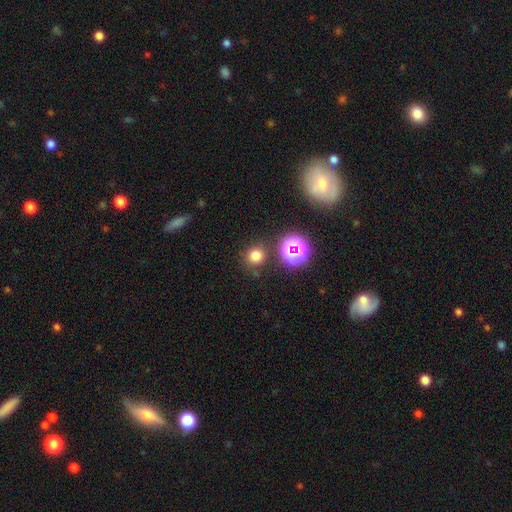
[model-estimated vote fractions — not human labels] This is likely a smooth galaxy (72%). How rounded: clearly round (89%). Merging: clearly none (83%).